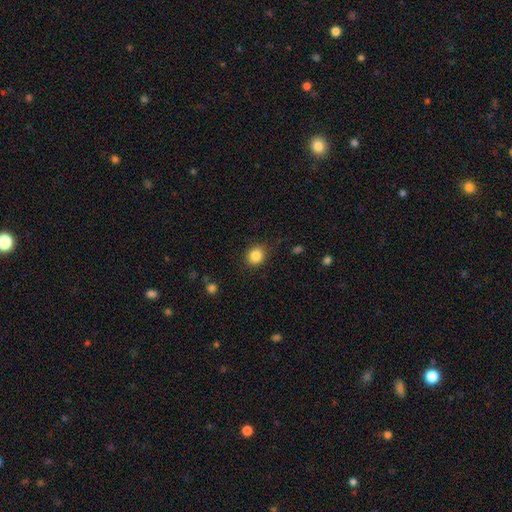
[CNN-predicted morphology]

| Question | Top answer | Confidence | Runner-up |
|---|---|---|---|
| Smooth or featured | smooth | 85% | star or artifact (10%) |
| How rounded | round | 80% | in between (19%) |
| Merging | none | 85% | minor disturbance (11%) |